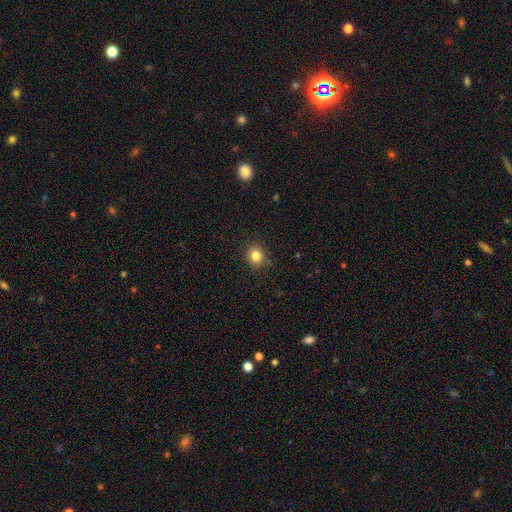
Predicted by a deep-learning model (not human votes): A smooth galaxy with no disk features (83%) that is round (78%). Merging: none (88%).